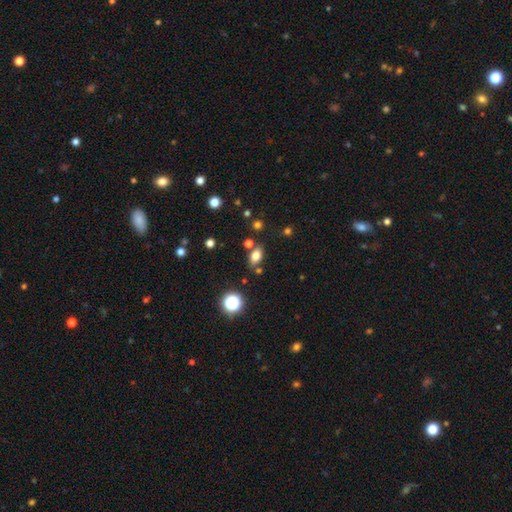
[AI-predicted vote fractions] smooth 77%, star or artifact 14%, featured or disk 9%. Down the decision tree: how rounded — in between (83%); merging — none (76%).